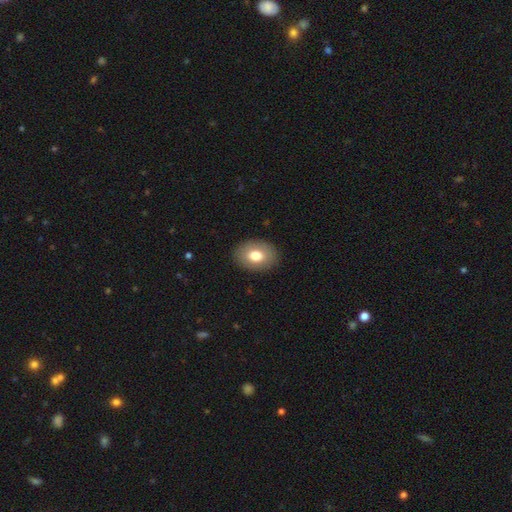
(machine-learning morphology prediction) smooth-or-featured: smooth: 77% | featured or disk: 16% | star or artifact: 8%
  how-rounded: in between: 76% | round: 23% | cigar-shaped: 1%
  merging: none: 89% | minor disturbance: 8% | major disturbance: 2% | merger: 1%